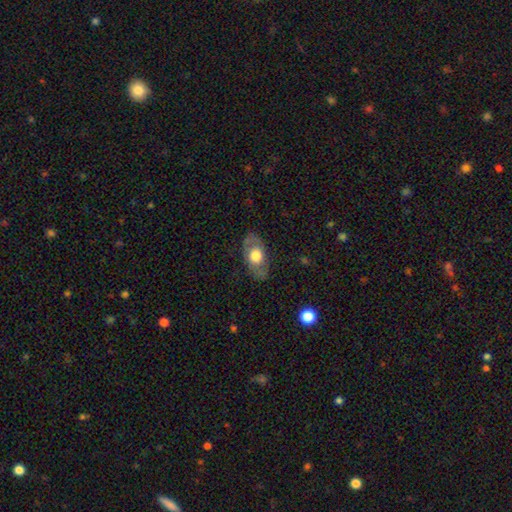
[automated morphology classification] This is possibly a smooth galaxy (52%). How rounded: clearly in between (84%). Merging: likely none (78%).